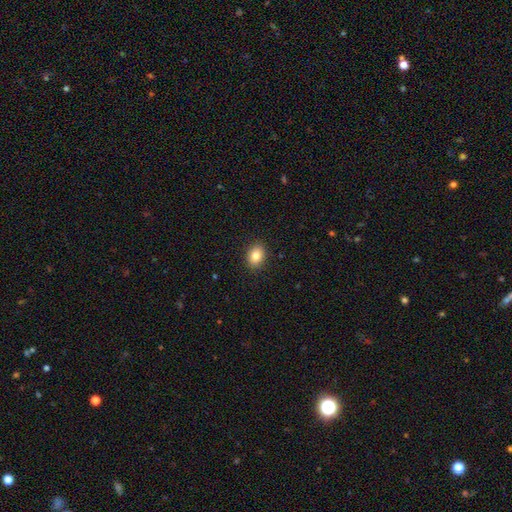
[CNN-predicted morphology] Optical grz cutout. It shows a smooth galaxy with no disk features (83%) that is in between round and cigar-shaped (70%). Merging: none (90%).